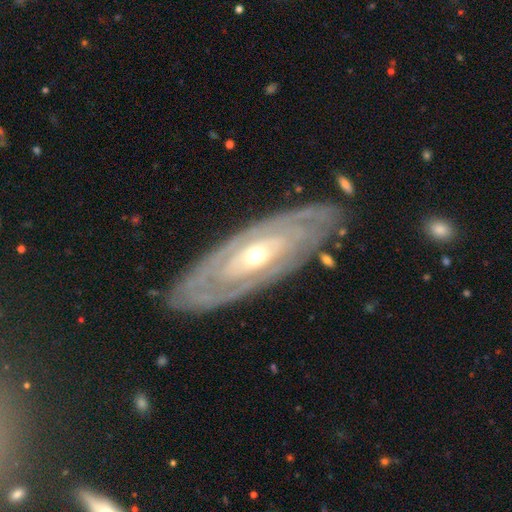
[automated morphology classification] smooth_or_featured: featured or disk (p=0.83) [alt: smooth p=0.12]
disk_edge_on: no (p=0.83) [alt: yes p=0.17]
bar: no (p=0.70) [alt: weak p=0.20]
has_spiral_arms: yes (p=0.70) [alt: no p=0.30]
bulge_size: moderate (p=0.50) [alt: small p=0.46]
merging: none (p=0.83) [alt: minor disturbance p=0.12]